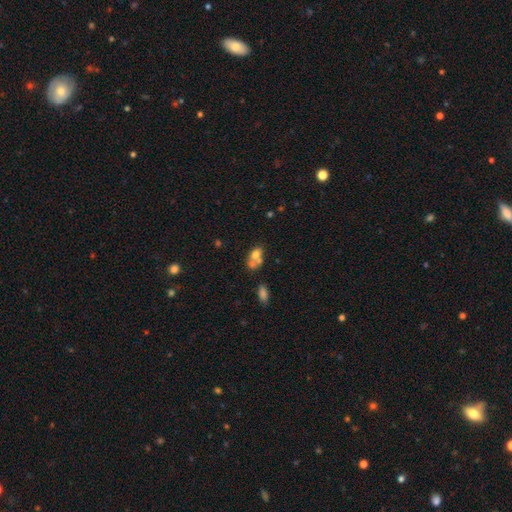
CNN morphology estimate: A smooth galaxy with no disk features (63%) that is in between round and cigar-shaped (70%).

Vote fractions:
- Smooth or featured? smooth: 63% / featured or disk: 25% / star or artifact: 12%
- How rounded? in between: 70% / round: 28% / cigar-shaped: 2%
- Merging? merger: 57% / none: 27% / minor disturbance: 10% / major disturbance: 6%